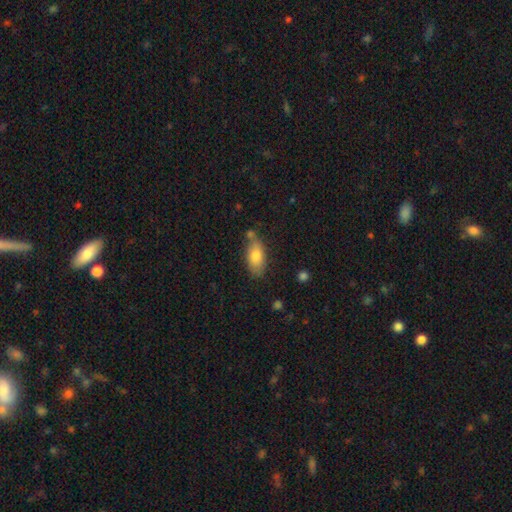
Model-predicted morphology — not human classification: Smooth or featured?
  - smooth: 79% *
  - featured or disk: 13%
  - star or artifact: 7%
How rounded?
  - in between: 89% *
  - cigar-shaped: 7%
  - round: 4%
Merging?
  - none: 66% *
  - minor disturbance: 19%
  - merger: 10%
  - major disturbance: 5%